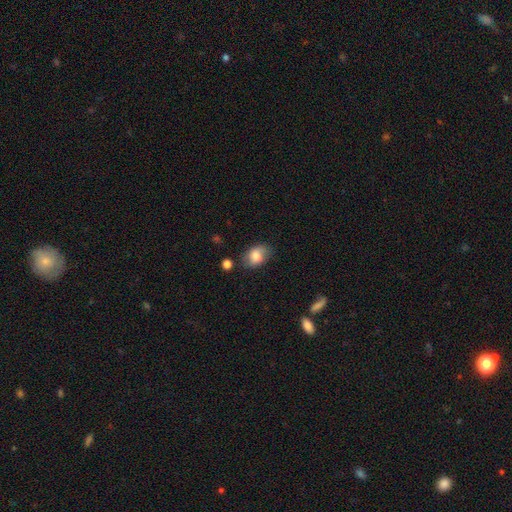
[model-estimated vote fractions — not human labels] Smooth or featured? smooth (78%)
How rounded? in between (77%)
Merging? none (72%)